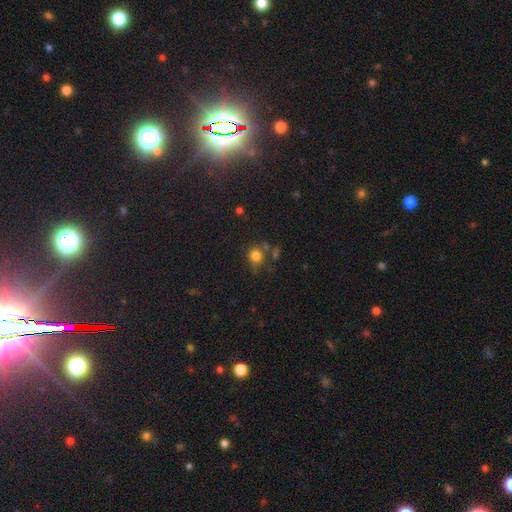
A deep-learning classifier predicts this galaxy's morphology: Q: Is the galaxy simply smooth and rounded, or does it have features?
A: smooth — 78%.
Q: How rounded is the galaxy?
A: round — 85%.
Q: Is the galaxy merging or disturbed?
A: none — 63%.